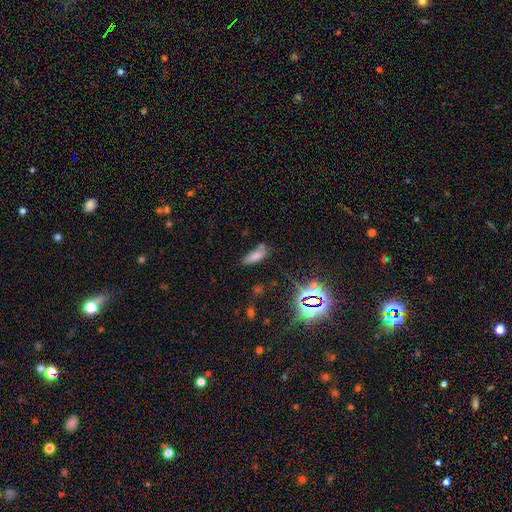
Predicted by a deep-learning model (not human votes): The model was most divided on "merging": none: 57%, minor disturbance: 22%, merger: 13%, major disturbance: 8%. More confident: smooth or featured — smooth (72%); how rounded — in between (67%).